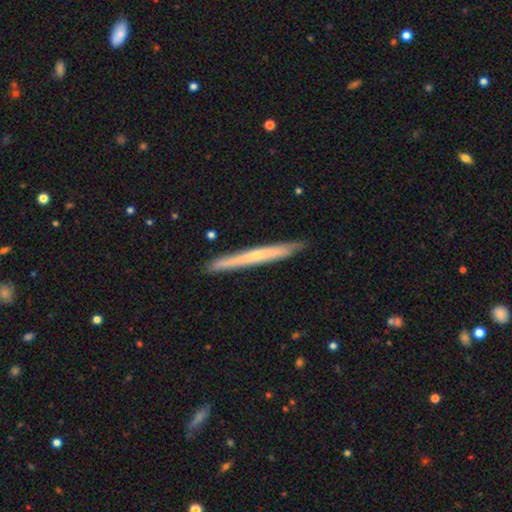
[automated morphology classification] smooth_or_featured: featured or disk (p=0.55) [alt: smooth p=0.39]
disk_edge_on: yes (p=0.96) [alt: no p=0.04]
edge_on_bulge: none (p=0.60) [alt: rounded p=0.36]
merging: none (p=0.89) [alt: minor disturbance p=0.08]